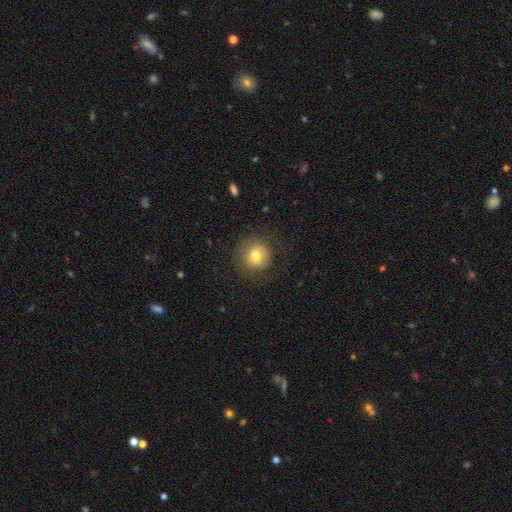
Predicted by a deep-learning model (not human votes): Smooth or featured? Predicted: smooth (p=0.77). How rounded? Predicted: round (p=0.90). Merging? Predicted: none (p=0.80).